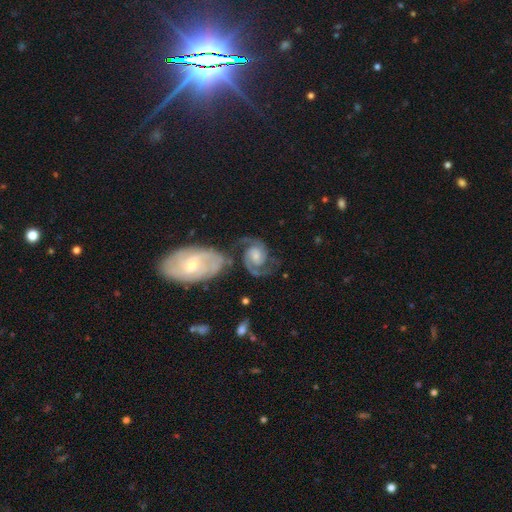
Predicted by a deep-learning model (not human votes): The model was most divided on "bar": no: 48%, weak: 41%, strong: 11%. Remaining: spiral arms — yes (98%); edge-on disk — no (98%); spiral arm count — 2 (92%); smooth or featured — featured or disk (89%); merging — none (56%); spiral winding — medium (55%); bulge size — small (44%).